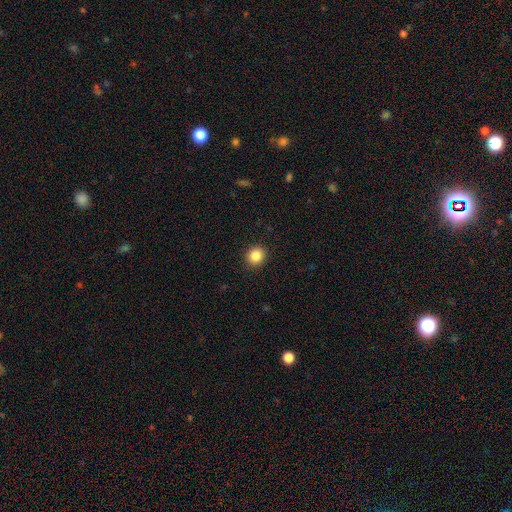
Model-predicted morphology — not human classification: Smooth or featured? Predicted: smooth (p=0.86). How rounded? Predicted: round (p=0.81). Merging? Predicted: none (p=0.91).